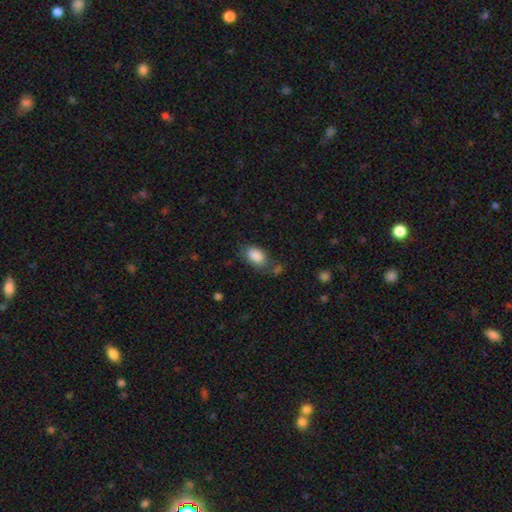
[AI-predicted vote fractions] A smooth galaxy with no disk features (87%) that is in between round and cigar-shaped (88%). Merging: none (59%).